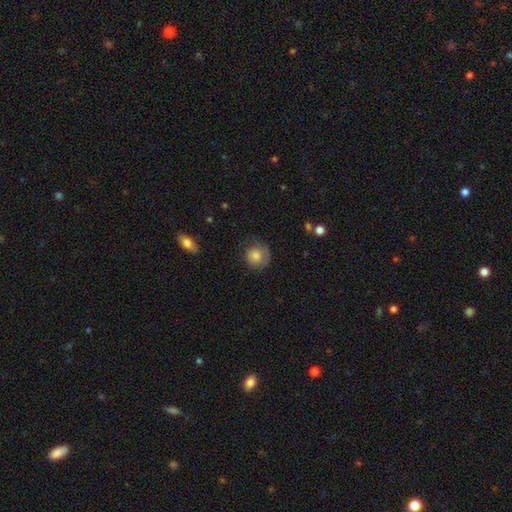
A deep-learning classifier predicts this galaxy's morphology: This is likely a smooth galaxy (76%). How rounded: clearly round (84%). Merging: possibly none (57%).